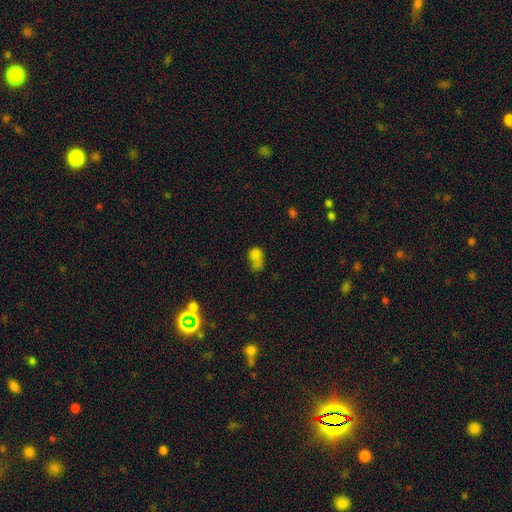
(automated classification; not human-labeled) Smooth or featured?
  - smooth: 73% *
  - star or artifact: 14%
  - featured or disk: 13%
How rounded?
  - in between: 69% *
  - round: 29%
  - cigar-shaped: 2%
Merging?
  - merger: 30% *
  - major disturbance: 25%
  - none: 24%
  - minor disturbance: 20%